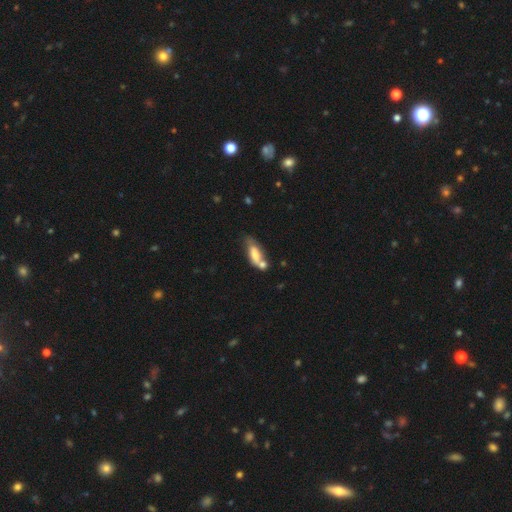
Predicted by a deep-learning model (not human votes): Morphology: type=smooth (66%); roundness=in between (70%); merging=merger (39%).